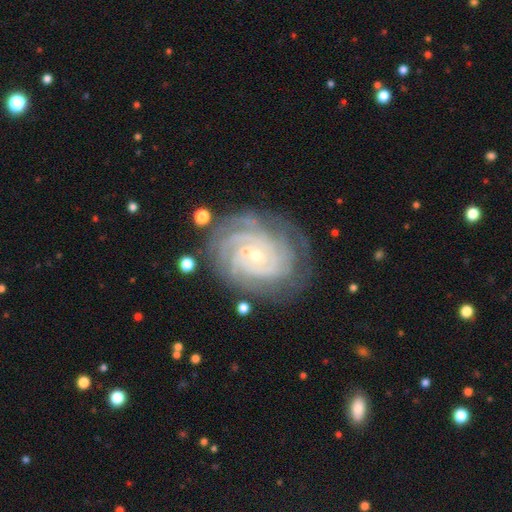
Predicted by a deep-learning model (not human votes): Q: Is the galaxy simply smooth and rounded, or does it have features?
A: featured or disk — 88%.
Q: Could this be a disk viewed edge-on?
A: no — 97%.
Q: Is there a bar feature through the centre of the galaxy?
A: no — 74%.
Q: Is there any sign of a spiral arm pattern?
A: yes — 97%.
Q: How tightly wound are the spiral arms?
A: tight — 82%.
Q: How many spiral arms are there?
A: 4 — 25%.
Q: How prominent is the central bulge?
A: small — 78%.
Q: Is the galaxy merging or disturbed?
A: none — 73%.